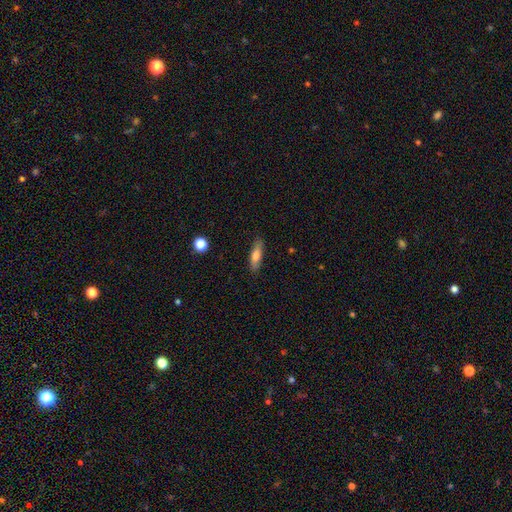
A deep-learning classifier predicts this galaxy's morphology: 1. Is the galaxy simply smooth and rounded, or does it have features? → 71% smooth, 22% featured or disk, 7% star or artifact.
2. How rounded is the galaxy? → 63% cigar-shaped, 34% in between, 2% round.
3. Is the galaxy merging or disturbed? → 85% none, 11% minor disturbance, 3% major disturbance, 1% merger.